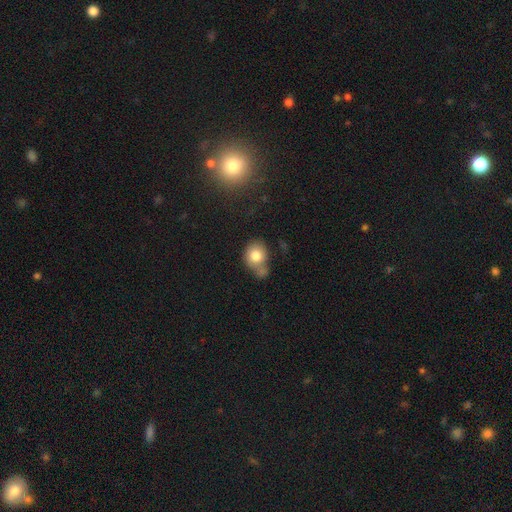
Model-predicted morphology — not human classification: Smooth or featured: smooth — 78% (featured or disk — 13%)
How rounded: round — 64% (in between — 35%)
Merging: none — 39% (merger — 29%)